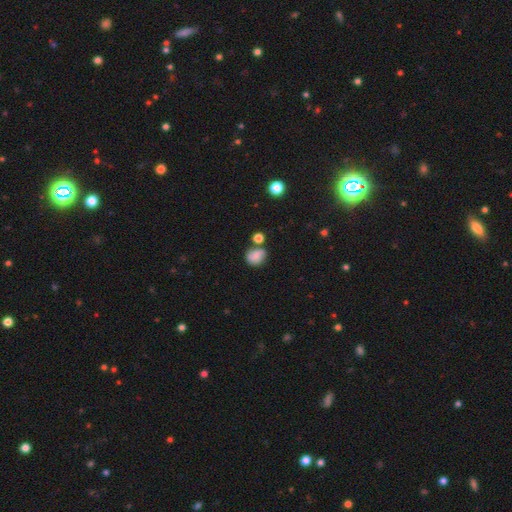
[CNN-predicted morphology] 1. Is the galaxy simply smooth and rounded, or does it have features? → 76% smooth, 12% featured or disk, 11% star or artifact.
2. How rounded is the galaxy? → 59% round, 40% in between, 1% cigar-shaped.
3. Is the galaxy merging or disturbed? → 49% none, 22% minor disturbance, 21% merger, 8% major disturbance.